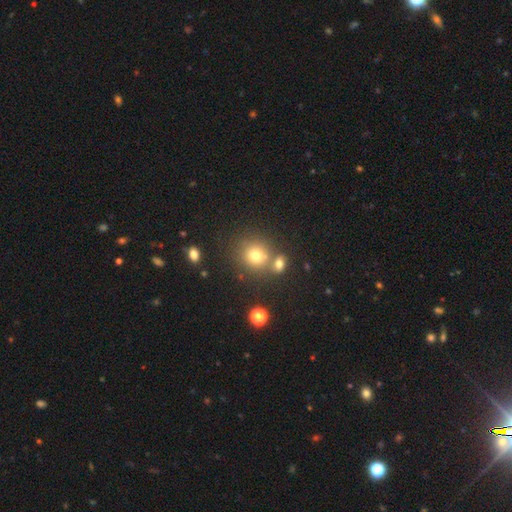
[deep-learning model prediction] smooth-or-featured: smooth: 75% | star or artifact: 15% | featured or disk: 10%
  how-rounded: round: 84% | in between: 15% | cigar-shaped: 1%
  merging: none: 60% | merger: 27% | minor disturbance: 10% | major disturbance: 4%